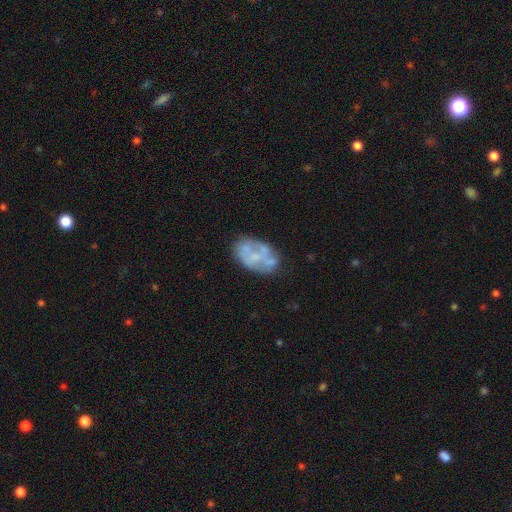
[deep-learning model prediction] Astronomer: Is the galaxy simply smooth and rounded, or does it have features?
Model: featured or disk — 59%.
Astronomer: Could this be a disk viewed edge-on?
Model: no — 97%.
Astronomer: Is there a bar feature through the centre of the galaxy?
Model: no — 86%.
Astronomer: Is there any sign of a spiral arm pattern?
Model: no — 84%.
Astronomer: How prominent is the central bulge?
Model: none — 51% (runner-up: small, 28%).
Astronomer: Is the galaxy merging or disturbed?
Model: none — 52%.